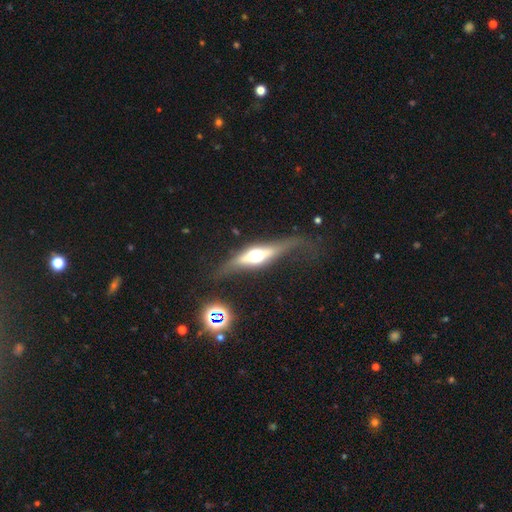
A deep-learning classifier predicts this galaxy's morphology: This is likely a featured or disk galaxy (72%). It is clearly viewed edge-on (87%). Edge-on bulge: clearly rounded (90%). Merging: likely none (60%).